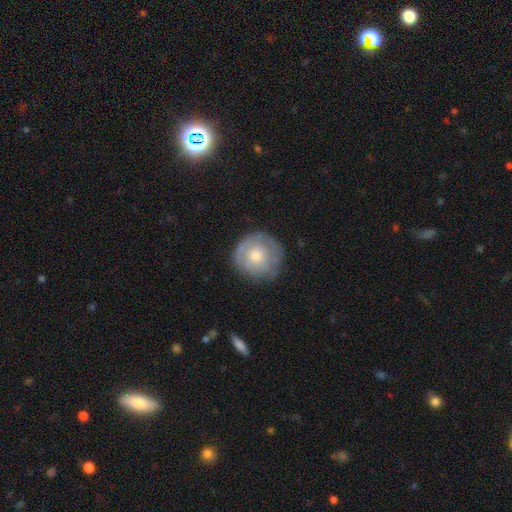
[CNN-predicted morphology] A smooth galaxy with no disk features (55%) that is round (93%). Merging: none (75%).